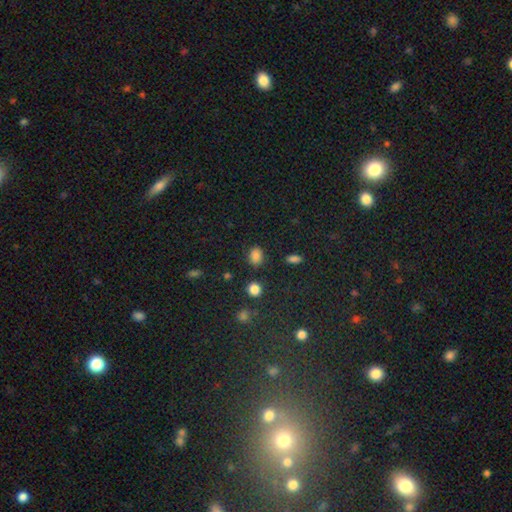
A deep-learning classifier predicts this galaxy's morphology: This appears to be a smooth galaxy with no disk features (83%) that is in between round and cigar-shaped (61%). Merging: none (80%).